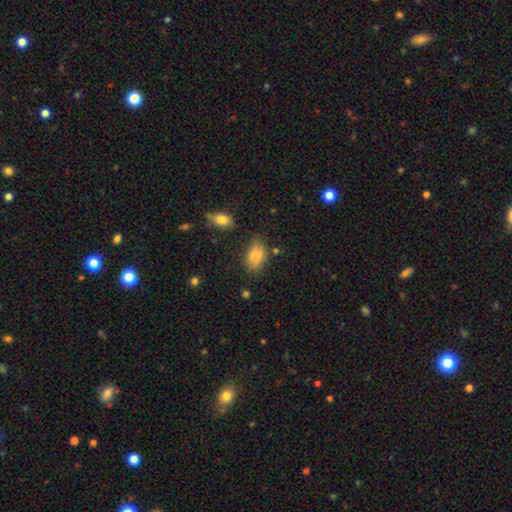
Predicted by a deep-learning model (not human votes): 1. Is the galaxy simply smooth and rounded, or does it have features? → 74% smooth, 13% featured or disk, 12% star or artifact.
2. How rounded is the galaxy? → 89% in between, 6% round, 4% cigar-shaped.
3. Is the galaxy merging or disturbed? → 60% none, 26% minor disturbance, 9% major disturbance, 5% merger.